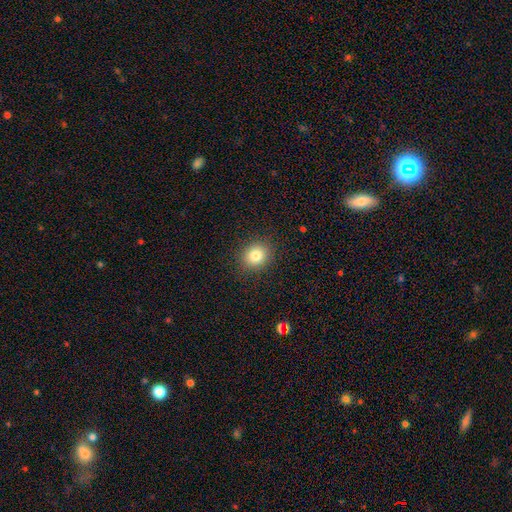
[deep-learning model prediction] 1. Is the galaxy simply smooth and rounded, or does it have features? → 82% smooth, 11% star or artifact, 7% featured or disk.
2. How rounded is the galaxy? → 76% round, 23% in between, 1% cigar-shaped.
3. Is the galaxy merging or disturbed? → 89% none, 7% minor disturbance, 2% major disturbance, 1% merger.